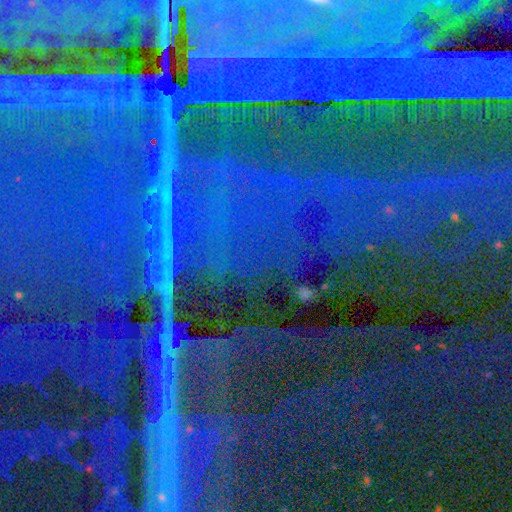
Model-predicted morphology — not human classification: type=star or artifact (89%).